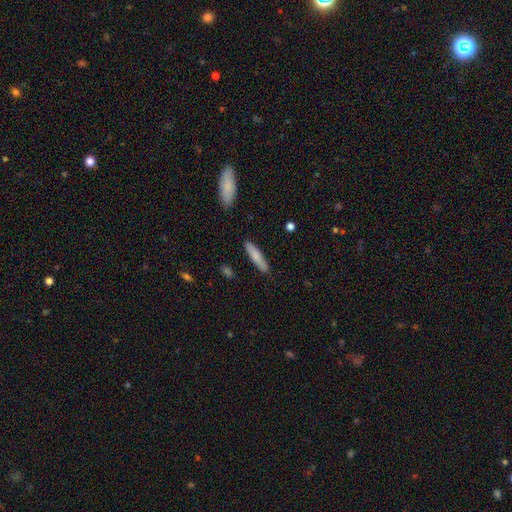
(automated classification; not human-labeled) smooth-or-featured: smooth: 76% | featured or disk: 18% | star or artifact: 6%
  how-rounded: cigar-shaped: 82% | in between: 16% | round: 2%
  merging: none: 87% | minor disturbance: 10% | major disturbance: 2% | merger: 2%